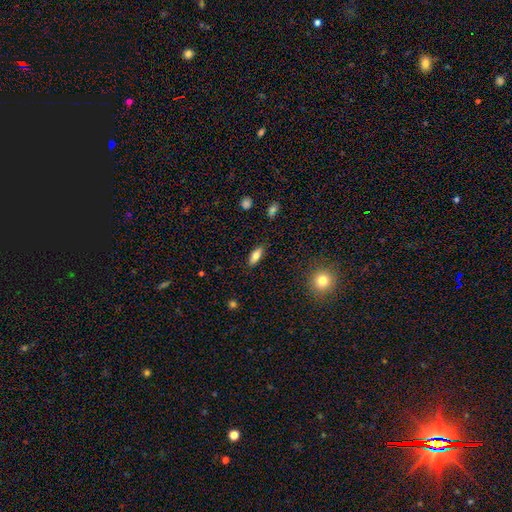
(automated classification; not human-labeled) This appears to be a smooth galaxy with no disk features (77%) that is in between round and cigar-shaped (78%). Merging: none (87%).